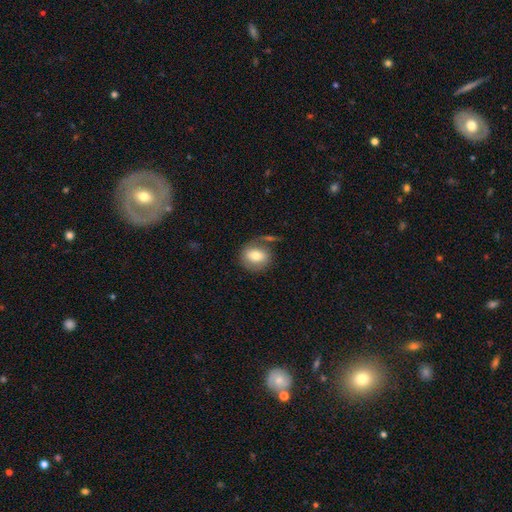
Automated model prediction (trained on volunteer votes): Smooth or featured?
  - smooth: 69% *
  - featured or disk: 24%
  - star or artifact: 8%
How rounded?
  - round: 66% *
  - in between: 33%
  - cigar-shaped: 1%
Merging?
  - none: 60% *
  - minor disturbance: 18%
  - merger: 11%
  - major disturbance: 11%